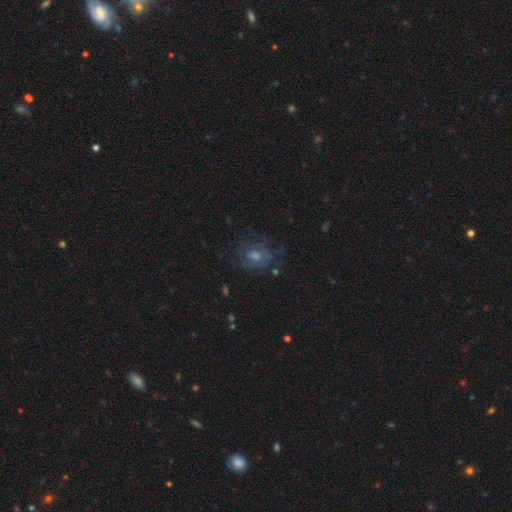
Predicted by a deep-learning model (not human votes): The model was most divided on "smooth or featured": featured or disk: 39%, smooth: 37%, star or artifact: 24%. More confident: merging — none (69%).